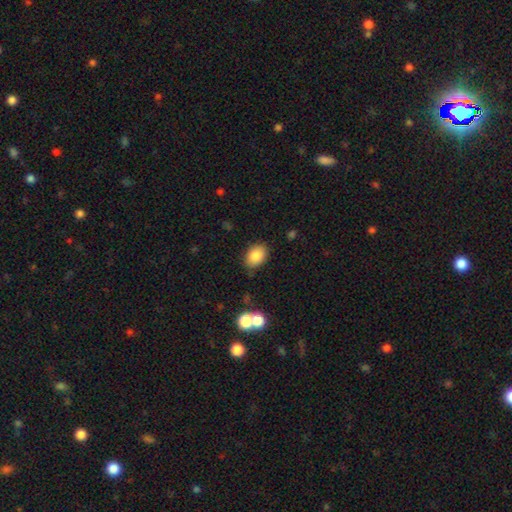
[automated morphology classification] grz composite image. It shows a smooth galaxy with no disk features (85%) that is in between round and cigar-shaped (79%). Merging: none (80%).